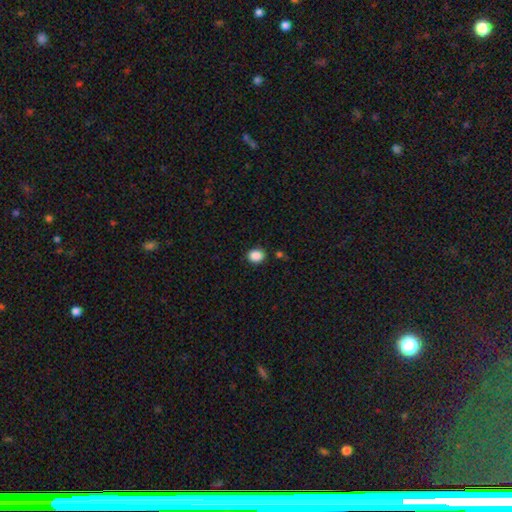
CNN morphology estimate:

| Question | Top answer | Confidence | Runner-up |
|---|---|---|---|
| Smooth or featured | smooth | 88% | star or artifact (9%) |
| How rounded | round | 56% | in between (43%) |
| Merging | none | 85% | minor disturbance (10%) |